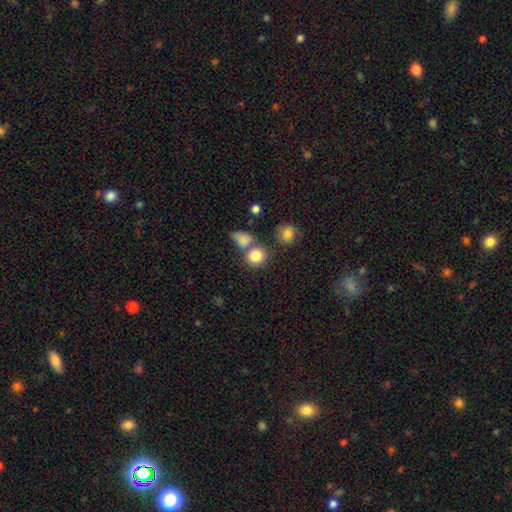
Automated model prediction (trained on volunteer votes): Smooth or featured? Predicted: smooth (p=0.82). How rounded? Predicted: round (p=0.80). Merging? Predicted: none (p=0.58).